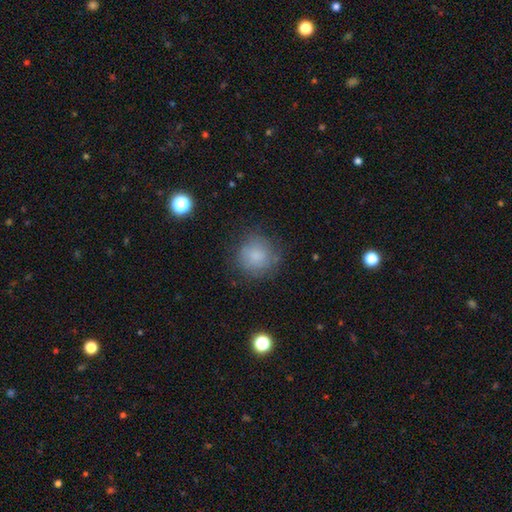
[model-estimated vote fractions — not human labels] smooth_or_featured: smooth (p=0.75) [alt: featured or disk p=0.15]
how_rounded: round (p=0.91) [alt: in between p=0.08]
merging: none (p=0.74) [alt: minor disturbance p=0.17]